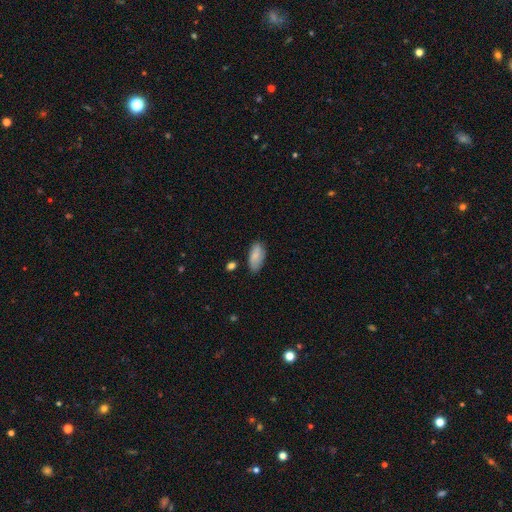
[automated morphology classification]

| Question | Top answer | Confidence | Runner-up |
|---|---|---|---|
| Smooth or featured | smooth | 80% | featured or disk (13%) |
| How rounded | in between | 90% | cigar-shaped (7%) |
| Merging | none | 72% | minor disturbance (22%) |